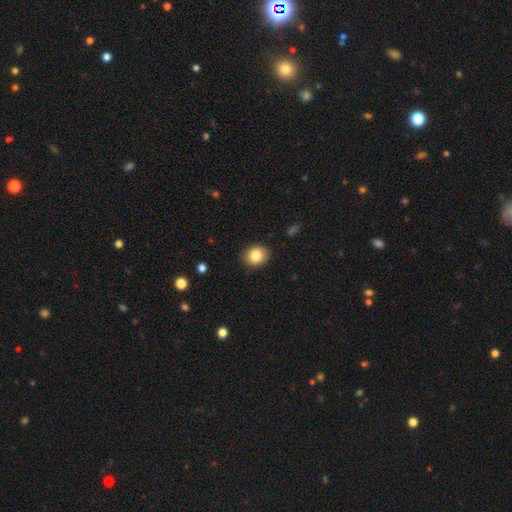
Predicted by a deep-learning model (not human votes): Overall: smooth (84%). How rounded: round (68%; in between 31%). Merging: none (90%).